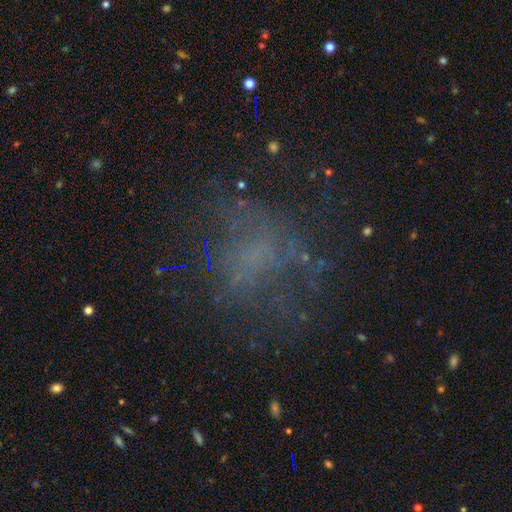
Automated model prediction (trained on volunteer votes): Smooth or featured: featured or disk — 38% (star or artifact — 32%)
Merging: none — 59% (major disturbance — 23%)